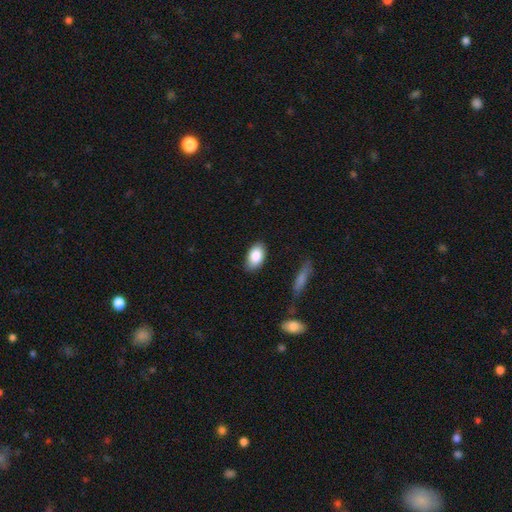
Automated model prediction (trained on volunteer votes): The model was most divided on "merging": none: 83%, minor disturbance: 12%, major disturbance: 2%, merger: 2%. More confident: how rounded — in between (92%); smooth or featured — smooth (86%).